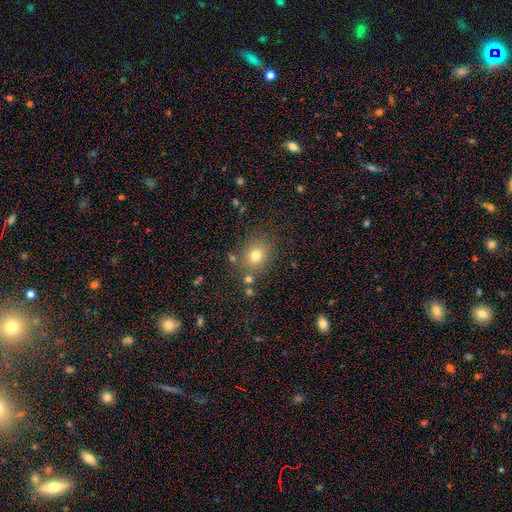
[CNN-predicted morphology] A smooth galaxy with no disk features (75%) that is round (69%). Merging: none (77%).